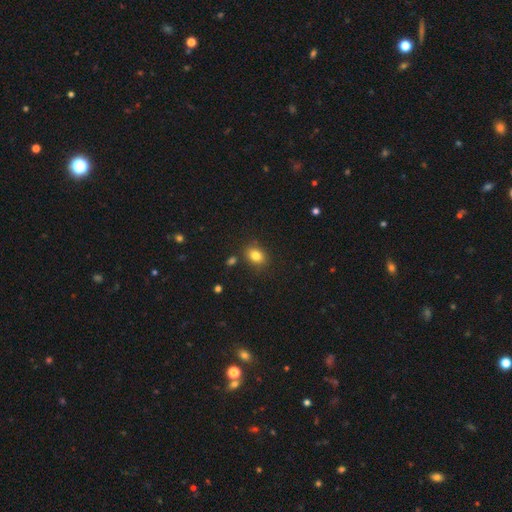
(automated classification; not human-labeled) Smooth or featured? Predicted: smooth (p=0.82). How rounded? Predicted: in between (p=0.61). Merging? Predicted: none (p=0.83).